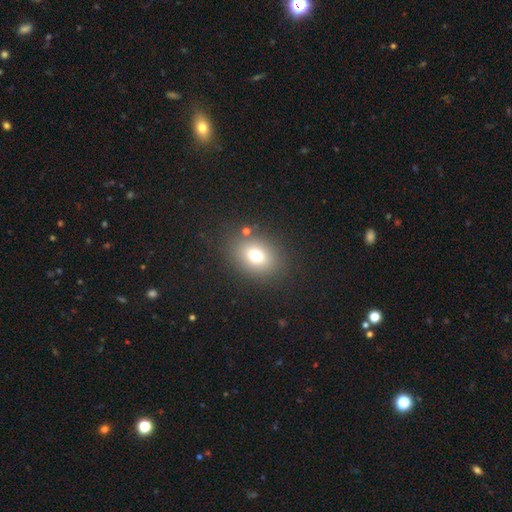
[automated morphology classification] Smooth or featured?
  - smooth: 73% *
  - star or artifact: 15%
  - featured or disk: 12%
How rounded?
  - in between: 55% *
  - round: 44%
  - cigar-shaped: 1%
Merging?
  - none: 84% *
  - minor disturbance: 9%
  - major disturbance: 4%
  - merger: 3%